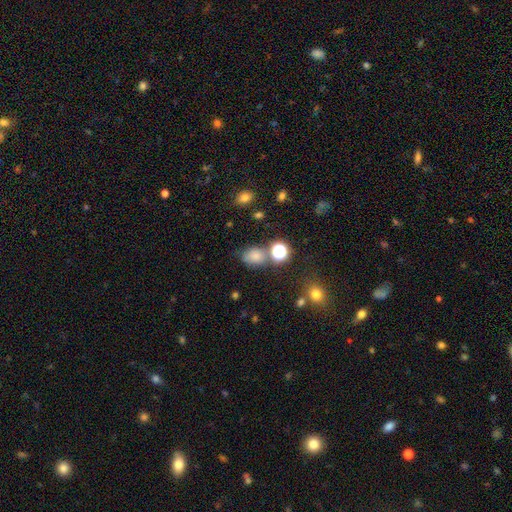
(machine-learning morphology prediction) Smooth or featured?
  - smooth: 74% *
  - star or artifact: 18%
  - featured or disk: 8%
How rounded?
  - in between: 60% *
  - round: 39%
  - cigar-shaped: 1%
Merging?
  - none: 61% *
  - minor disturbance: 18%
  - merger: 14%
  - major disturbance: 7%